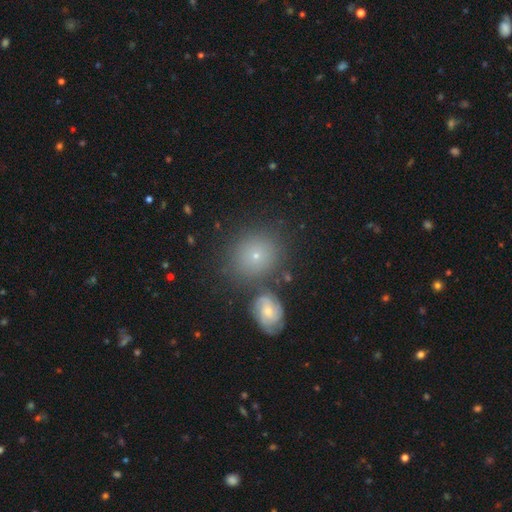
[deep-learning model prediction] This appears to be a smooth galaxy with no disk features (66%) that is round (78%). Merging: none (74%).